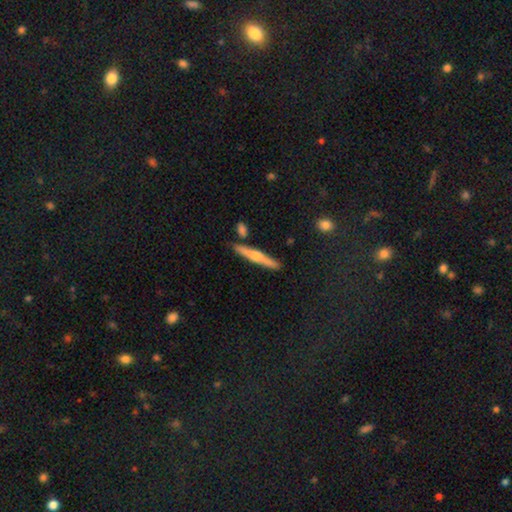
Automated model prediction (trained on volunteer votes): Overall: featured or disk (59%; smooth 34%). Edge-on disk: yes (96%). Edge-on bulge: rounded (88%). Merging: none (85%).